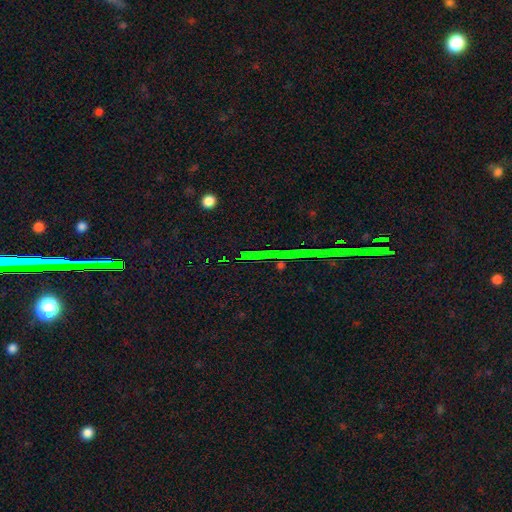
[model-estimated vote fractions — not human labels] Q: Smooth or featured?
A: star or artifact (78%); runner-up: smooth (11%)